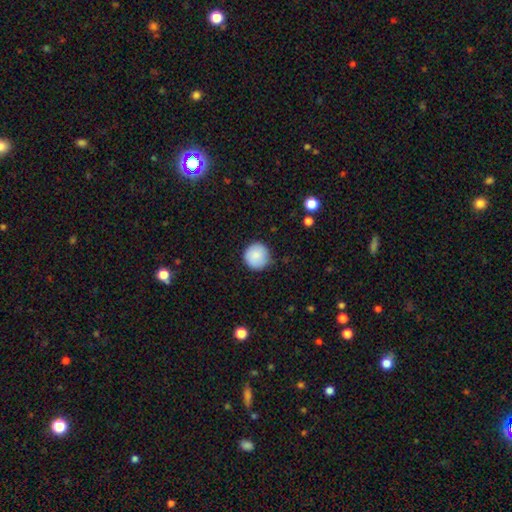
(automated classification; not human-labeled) Morphology: type=smooth (87%); roundness=round (95%); merging=none (83%).